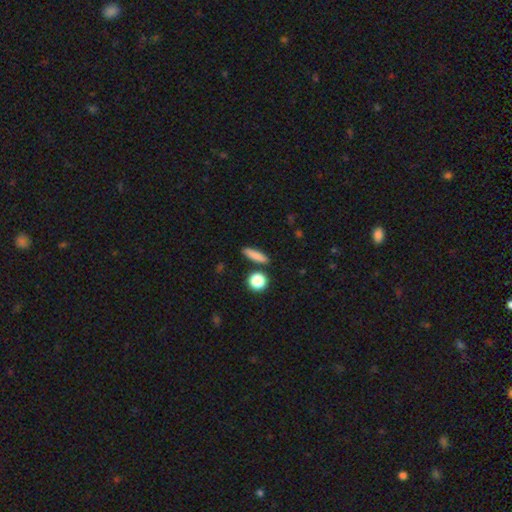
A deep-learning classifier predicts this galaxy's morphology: This is clearly a smooth galaxy (83%). How rounded: likely cigar-shaped (61%). Merging: clearly none (86%).